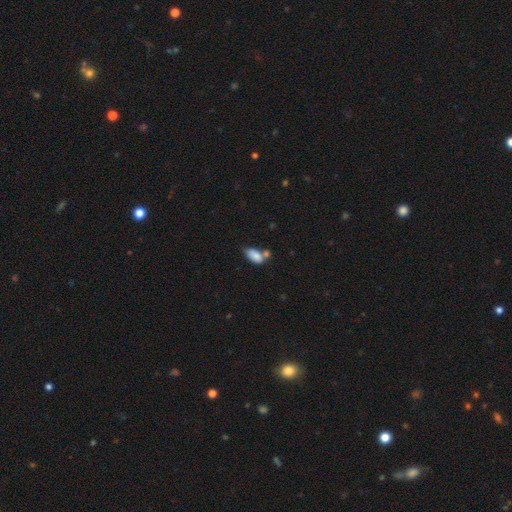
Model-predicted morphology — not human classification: Overall: smooth (82%). How rounded: in between (92%). Merging: none (38%; merger 35%).